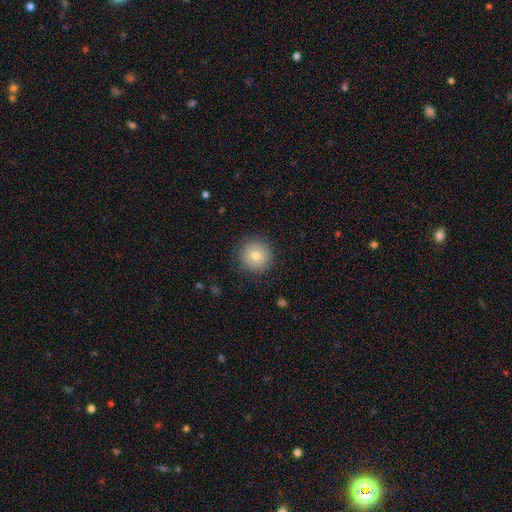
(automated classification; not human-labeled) Q: Smooth or featured?
A: smooth (74%); runner-up: featured or disk (17%)
Q: How rounded?
A: round (94%); runner-up: in between (5%)
Q: Merging?
A: none (88%); runner-up: minor disturbance (8%)